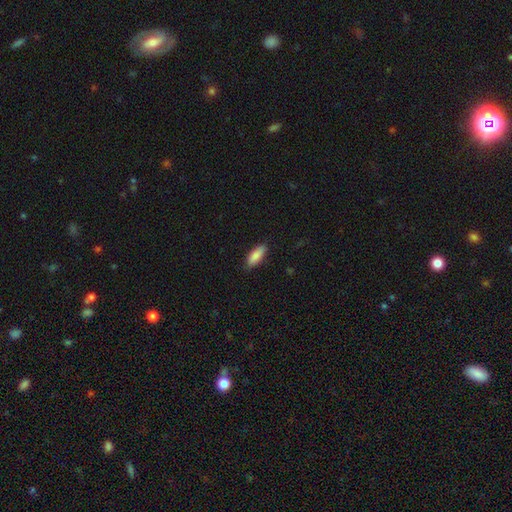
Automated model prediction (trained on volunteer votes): The model was most divided on "how rounded": in between: 72%, cigar-shaped: 27%, round: 2%. More confident: smooth or featured — smooth (87%); merging — none (85%).